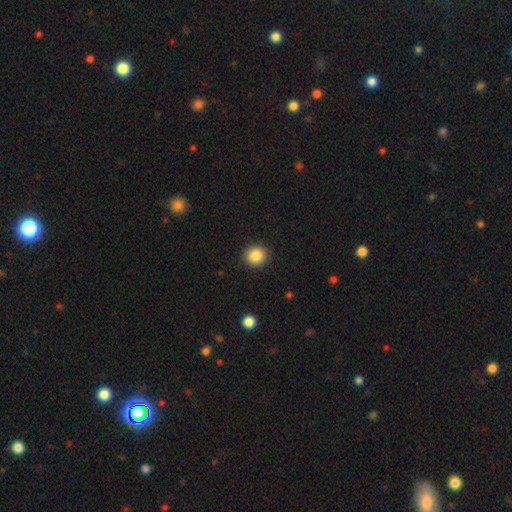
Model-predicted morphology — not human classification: Smooth or featured?
  - smooth: 86% *
  - star or artifact: 9%
  - featured or disk: 4%
How rounded?
  - round: 88% *
  - in between: 11%
  - cigar-shaped: 1%
Merging?
  - none: 91% *
  - minor disturbance: 6%
  - major disturbance: 2%
  - merger: 1%